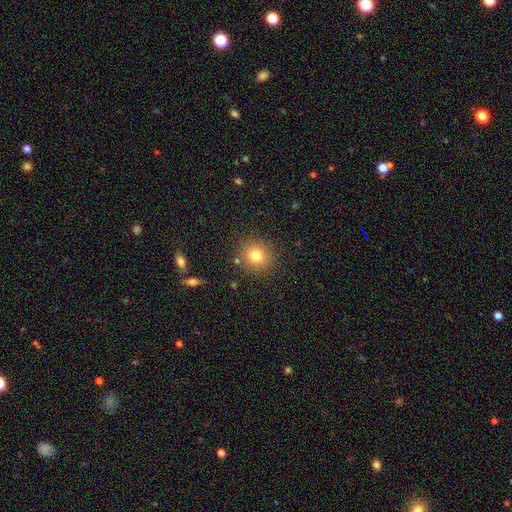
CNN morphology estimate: type=smooth (78%); roundness=round (88%); merging=none (86%).